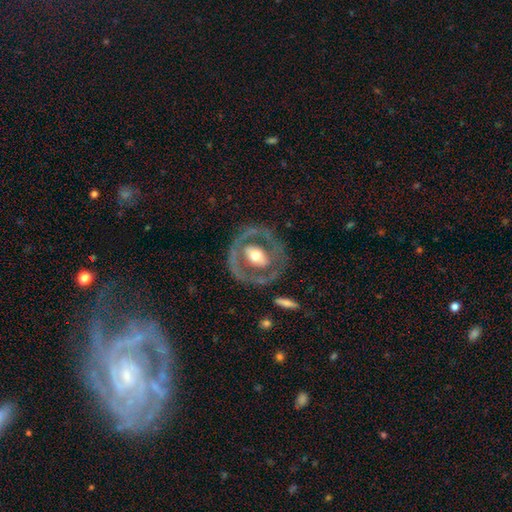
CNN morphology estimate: smooth-or-featured: featured or disk: 67% | smooth: 28% | star or artifact: 5%
  disk-edge-on: no: 93% | yes: 7%
    bar: no: 50% | weak: 26% | strong: 24%
    has-spiral-arms: no: 76% | yes: 24%
    bulge-size: moderate: 66% | large: 18% | small: 13% | dominant: 2% | none: 1%
  merging: none: 72% | minor disturbance: 14% | major disturbance: 12% | merger: 2%